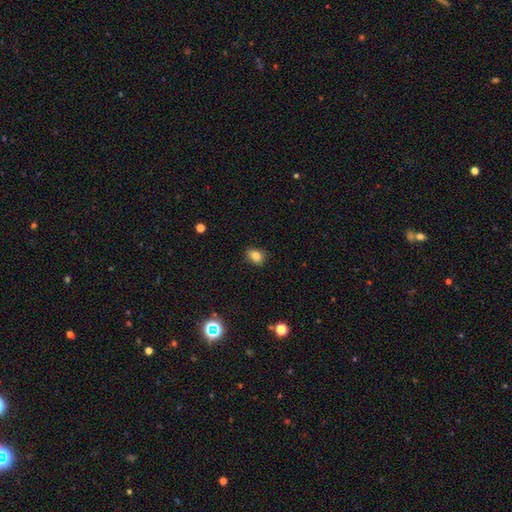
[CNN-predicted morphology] smooth_or_featured: smooth (p=0.83) [alt: star or artifact p=0.11]
how_rounded: in between (p=0.69) [alt: round p=0.30]
merging: none (p=0.83) [alt: minor disturbance p=0.13]